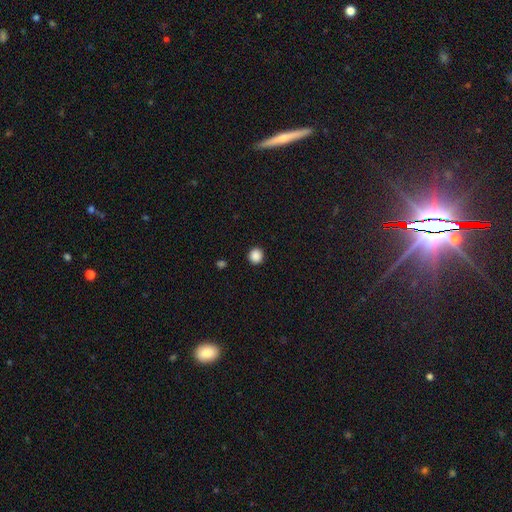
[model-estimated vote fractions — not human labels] This appears to be a smooth galaxy with no disk features (88%) that is round (94%). Merging: none (93%).